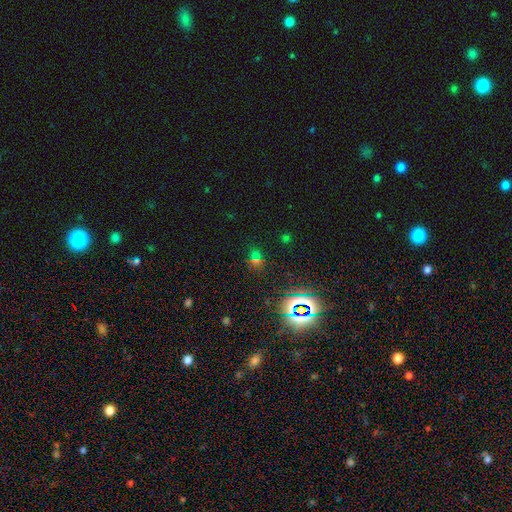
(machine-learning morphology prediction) type=star or artifact (55%).